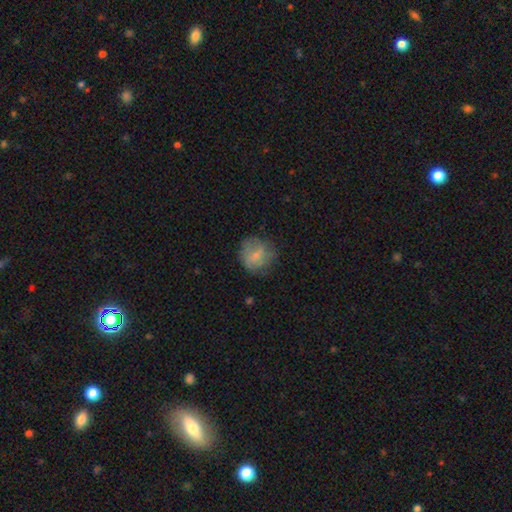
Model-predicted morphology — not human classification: A smooth galaxy with no disk features (58%) that is round (84%).

Vote fractions:
- Smooth or featured? smooth: 58% / featured or disk: 33% / star or artifact: 9%
- How rounded? round: 84% / in between: 15% / cigar-shaped: 1%
- Merging? none: 64% / minor disturbance: 23% / major disturbance: 12% / merger: 2%